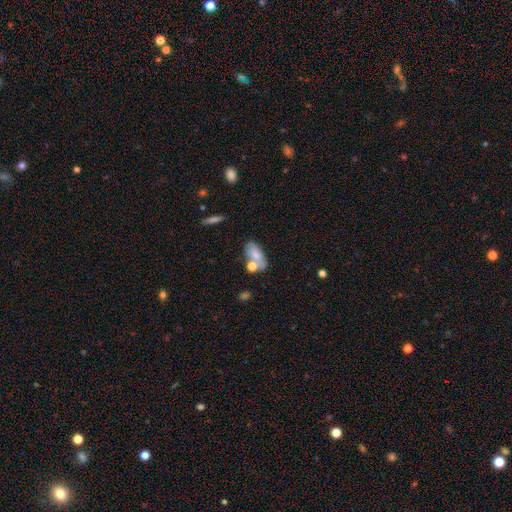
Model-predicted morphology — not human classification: Smooth or featured?
  - smooth: 67% *
  - featured or disk: 25%
  - star or artifact: 8%
How rounded?
  - in between: 89% *
  - round: 7%
  - cigar-shaped: 5%
Merging?
  - none: 47% *
  - merger: 28%
  - minor disturbance: 18%
  - major disturbance: 7%